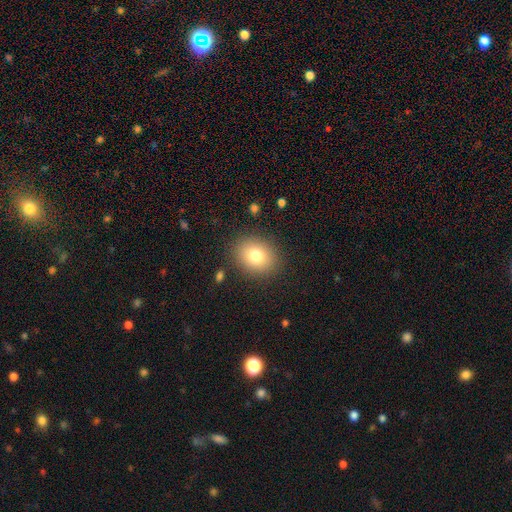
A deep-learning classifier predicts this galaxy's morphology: Smooth or featured? smooth (79%)
How rounded? round (53%)
Merging? none (86%)